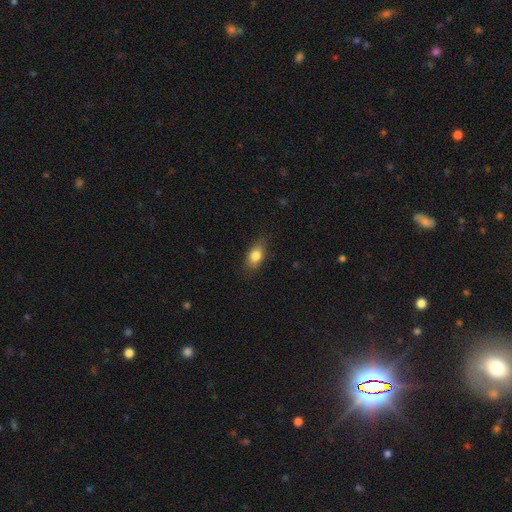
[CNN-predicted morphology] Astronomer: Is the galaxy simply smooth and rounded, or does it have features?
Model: smooth — 82%.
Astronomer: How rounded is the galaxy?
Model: in between — 84%.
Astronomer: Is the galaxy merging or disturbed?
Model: none — 82%.